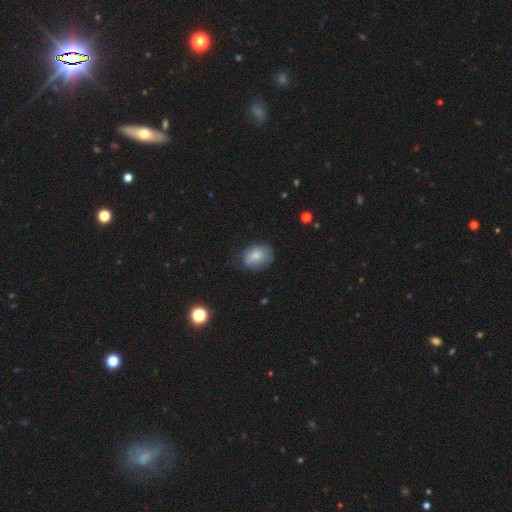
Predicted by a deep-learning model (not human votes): Smooth or featured?
  - smooth: 72% *
  - featured or disk: 19%
  - star or artifact: 8%
How rounded?
  - in between: 62% *
  - round: 37%
  - cigar-shaped: 1%
Merging?
  - none: 58% *
  - minor disturbance: 30%
  - major disturbance: 10%
  - merger: 2%